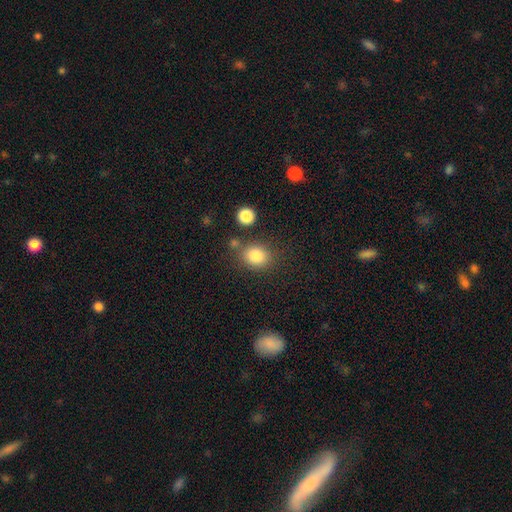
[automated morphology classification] A smooth galaxy with no disk features (84%) that is round (57%).

Vote fractions:
- Smooth or featured? smooth: 84% / star or artifact: 10% / featured or disk: 6%
- How rounded? round: 57% / in between: 42% / cigar-shaped: 1%
- Merging? none: 70% / minor disturbance: 14% / merger: 11% / major disturbance: 6%